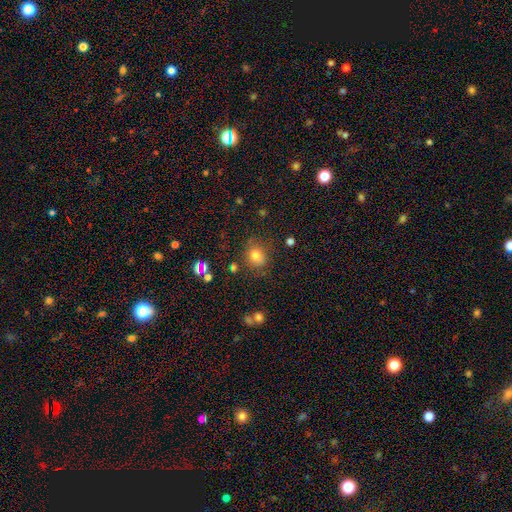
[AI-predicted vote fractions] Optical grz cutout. It shows a smooth galaxy with no disk features (77%) that is round (70%). Merging: none (72%).